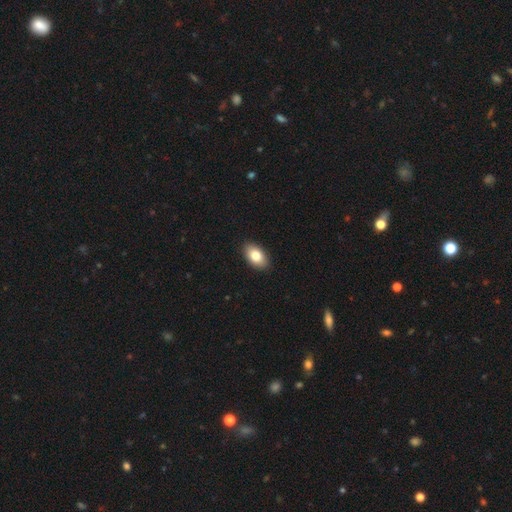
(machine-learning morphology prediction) A smooth galaxy with no disk features (82%) that is in between round and cigar-shaped (92%).

Vote fractions:
- Smooth or featured? smooth: 82% / featured or disk: 11% / star or artifact: 7%
- How rounded? in between: 92% / round: 7% / cigar-shaped: 2%
- Merging? none: 91% / minor disturbance: 7% / major disturbance: 2% / merger: 1%